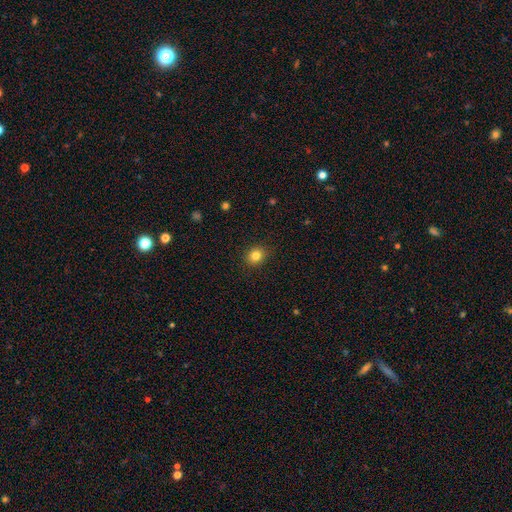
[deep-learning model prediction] Overall: smooth (82%). How rounded: round (75%). Merging: none (89%).